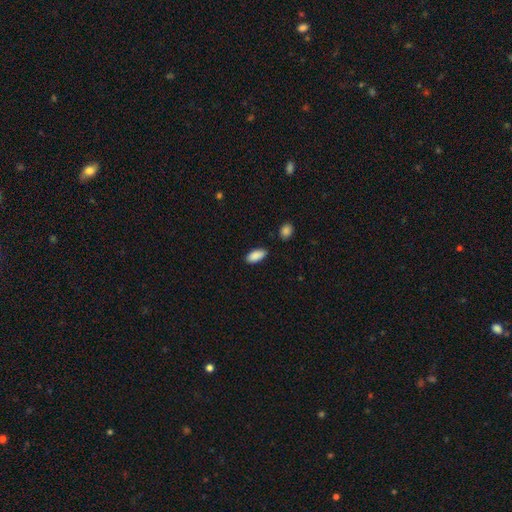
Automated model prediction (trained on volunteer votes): Smooth or featured? smooth (89%)
How rounded? in between (90%)
Merging? none (81%)